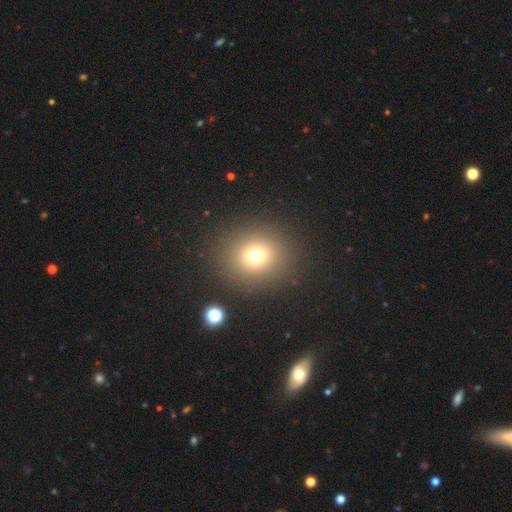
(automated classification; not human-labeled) Smooth or featured: smooth — 71% (star or artifact — 19%)
How rounded: round — 86% (in between — 13%)
Merging: none — 88% (minor disturbance — 6%)